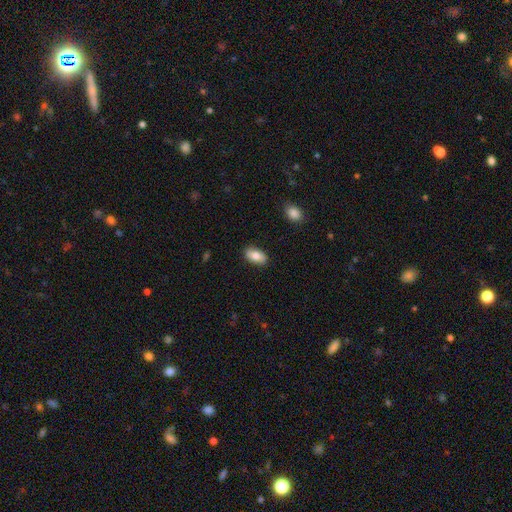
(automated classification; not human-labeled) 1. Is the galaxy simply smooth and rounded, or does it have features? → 80% smooth, 13% featured or disk, 7% star or artifact.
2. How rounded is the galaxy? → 93% in between, 4% round, 3% cigar-shaped.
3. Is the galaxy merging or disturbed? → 87% none, 10% minor disturbance, 2% major disturbance, 1% merger.